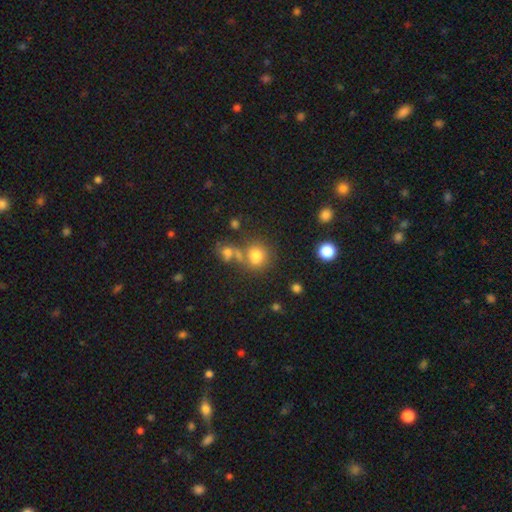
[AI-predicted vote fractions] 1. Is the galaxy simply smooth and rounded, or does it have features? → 77% smooth, 14% star or artifact, 9% featured or disk.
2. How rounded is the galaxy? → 79% round, 20% in between, 1% cigar-shaped.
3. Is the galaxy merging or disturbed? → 57% none, 24% merger, 13% minor disturbance, 6% major disturbance.